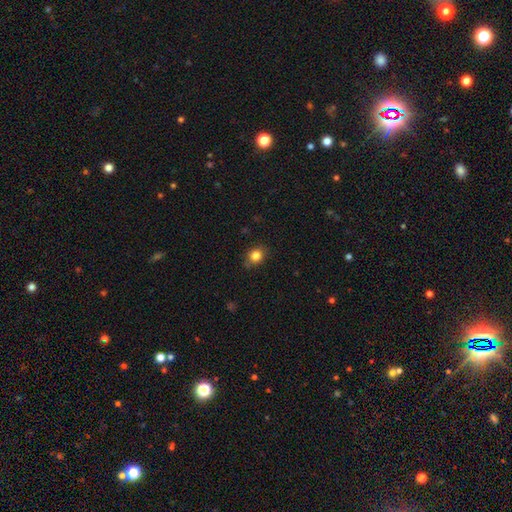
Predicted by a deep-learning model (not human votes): This appears to be a smooth galaxy with no disk features (83%) that is round (69%). Merging: none (78%).